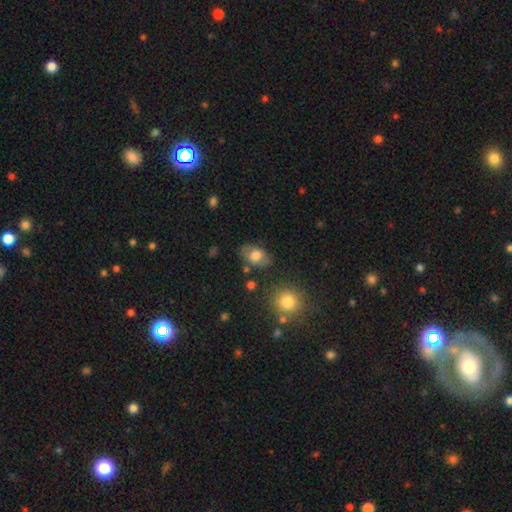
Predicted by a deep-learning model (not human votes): This appears to be a smooth galaxy with no disk features (69%) that is in between round and cigar-shaped (83%). Merging: none (75%).